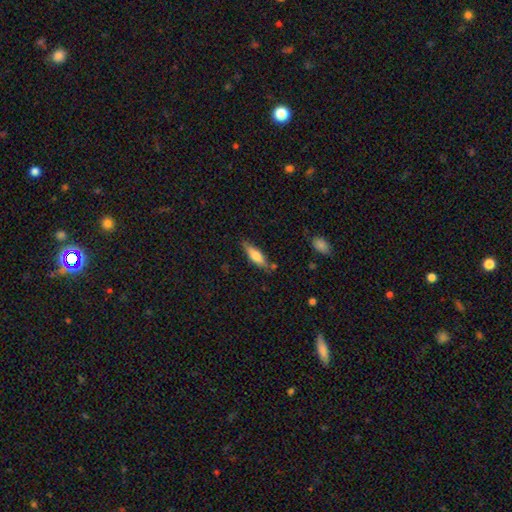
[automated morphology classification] Overall: smooth (68%). How rounded: in between (50%; cigar-shaped 48%). Merging: none (73%).